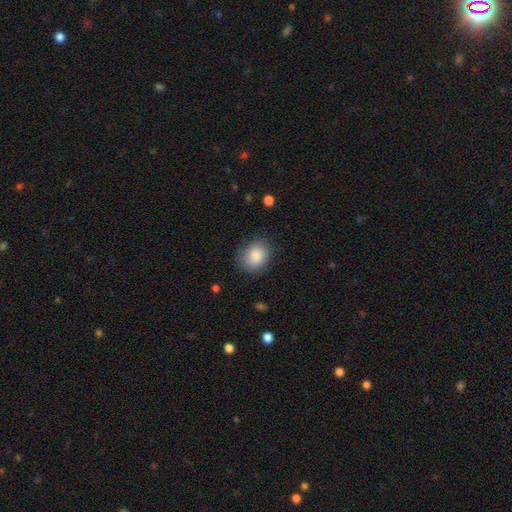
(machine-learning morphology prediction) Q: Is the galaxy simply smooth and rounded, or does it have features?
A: smooth — 86%.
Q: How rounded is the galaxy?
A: round — 58%.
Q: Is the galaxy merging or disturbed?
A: none — 83%.